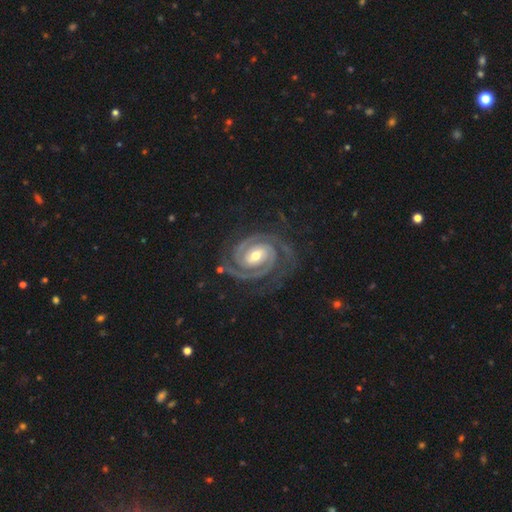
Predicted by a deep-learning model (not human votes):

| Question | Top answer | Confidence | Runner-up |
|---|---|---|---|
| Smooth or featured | featured or disk | 94% | star or artifact (4%) |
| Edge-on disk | no | 98% | yes (2%) |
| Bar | weak | 38% | strong (32%) |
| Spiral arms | yes | 99% | no (1%) |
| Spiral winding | tight | 76% | medium (21%) |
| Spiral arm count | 2 | 84% | 3 (8%) |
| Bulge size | moderate | 64% | small (30%) |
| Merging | none | 77% | minor disturbance (14%) |